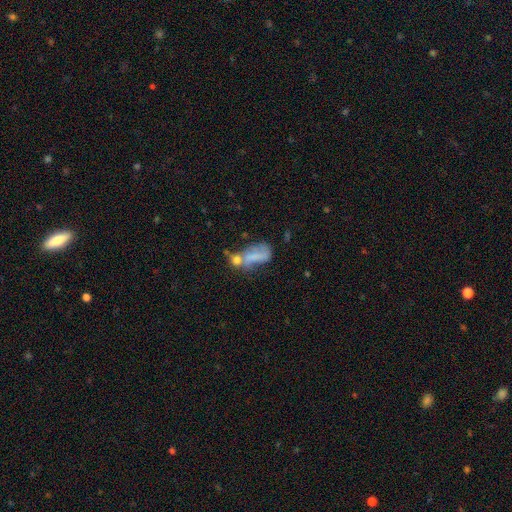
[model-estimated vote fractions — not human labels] A smooth galaxy with no disk features (59%) that is in between round and cigar-shaped (81%).

Vote fractions:
- Smooth or featured? smooth: 59% / featured or disk: 29% / star or artifact: 12%
- How rounded? in between: 81% / cigar-shaped: 10% / round: 9%
- Merging? merger: 38% / major disturbance: 25% / none: 20% / minor disturbance: 17%